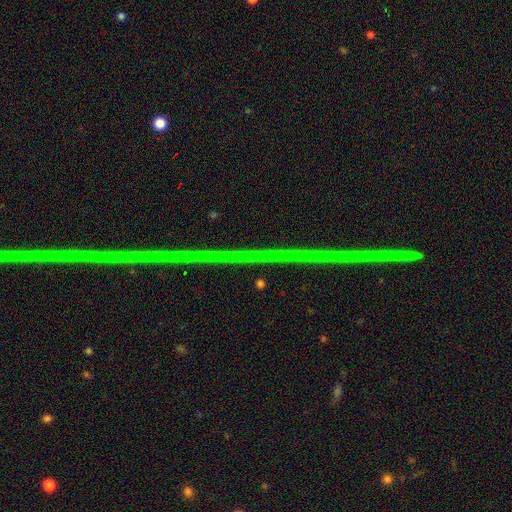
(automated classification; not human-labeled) Morphology: type=star or artifact (87%).